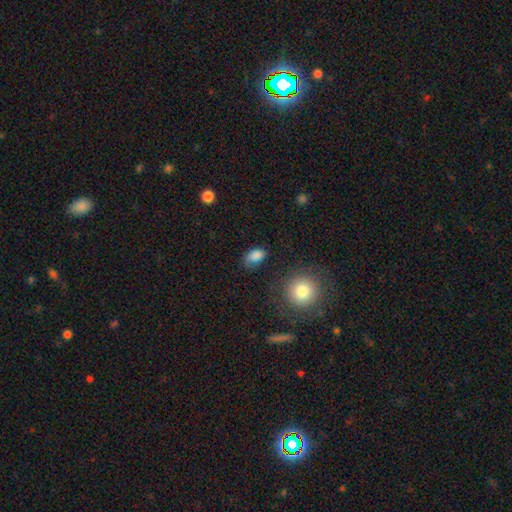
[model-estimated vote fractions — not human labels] Smooth or featured? smooth (84%)
How rounded? in between (86%)
Merging? none (60%)